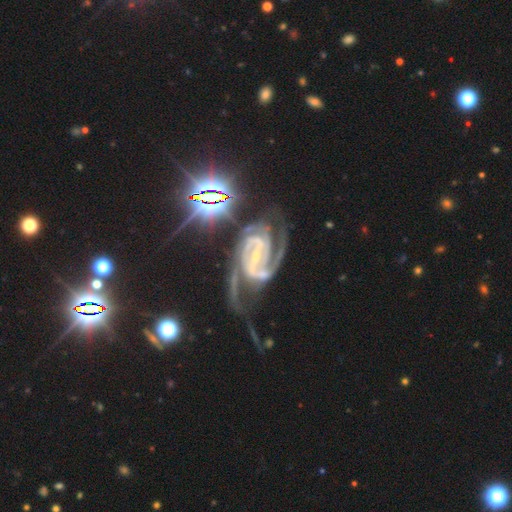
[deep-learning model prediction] Smooth or featured? featured or disk (88%)
Edge-on disk? no (98%)
Bar? strong (52%)
Spiral arms? yes (98%)
Spiral winding? medium (49%)
Spiral arm count? 2 (76%)
Bulge size? small (77%)
Merging? none (47%)